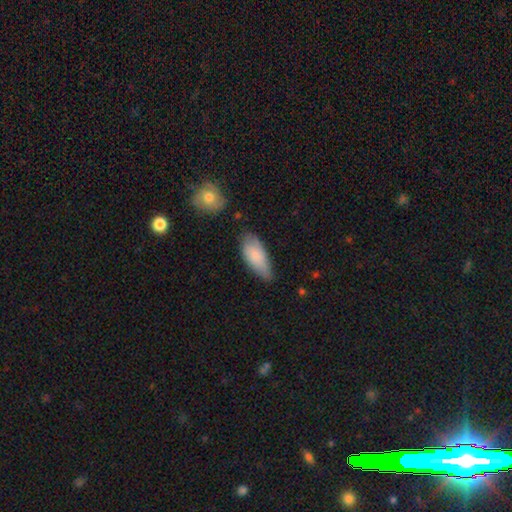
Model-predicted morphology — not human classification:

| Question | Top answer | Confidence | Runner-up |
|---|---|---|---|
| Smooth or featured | smooth | 79% | featured or disk (15%) |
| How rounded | in between | 85% | cigar-shaped (14%) |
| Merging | none | 60% | minor disturbance (31%) |